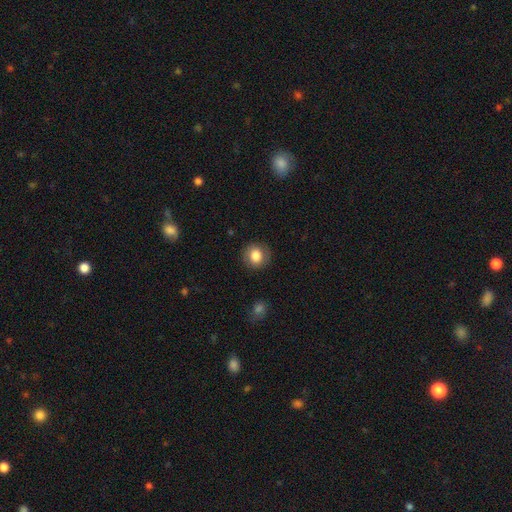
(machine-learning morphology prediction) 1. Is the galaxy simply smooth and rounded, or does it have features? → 82% smooth, 9% star or artifact, 9% featured or disk.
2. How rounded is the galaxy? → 85% round, 14% in between, 1% cigar-shaped.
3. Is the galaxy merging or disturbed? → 88% none, 8% minor disturbance, 3% major disturbance, 1% merger.